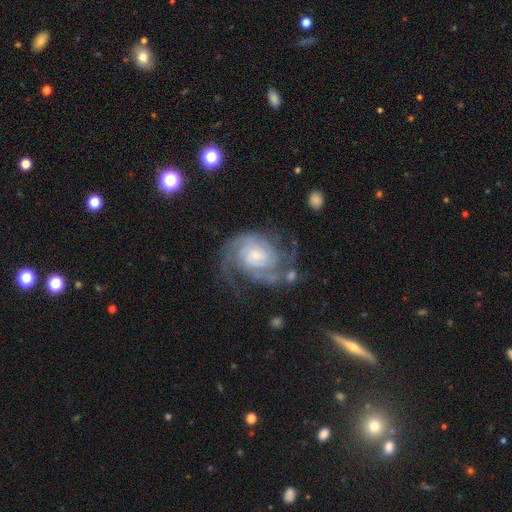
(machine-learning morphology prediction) Smooth or featured?
  - featured or disk: 89% *
  - smooth: 6%
  - star or artifact: 5%
Edge-on disk?
  - no: 98% *
  - yes: 2%
Bar?
  - no: 63% *
  - weak: 30%
  - strong: 7%
Spiral arms?
  - yes: 97% *
  - no: 3%
Spiral winding?
  - tight: 61% *
  - medium: 32%
  - loose: 7%
Spiral arm count?
  - 2: 39% *
  - 3: 23%
  - can't tell: 18%
  - 4: 9%
  - 1: 5%
  - more than 4: 5%
Bulge size?
  - small: 64% *
  - moderate: 27%
  - large: 4%
  - none: 3%
  - dominant: 1%
Merging?
  - none: 63% *
  - minor disturbance: 19%
  - major disturbance: 15%
  - merger: 4%